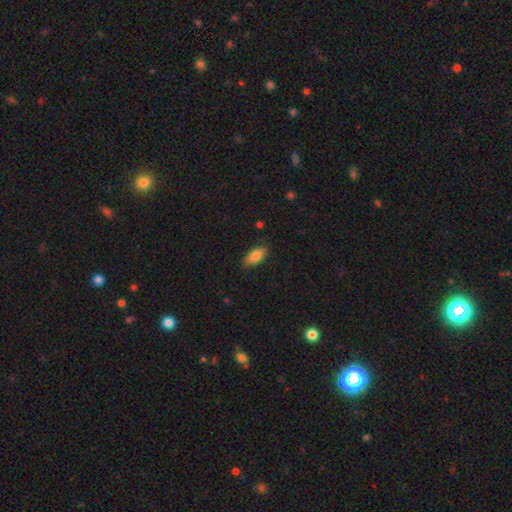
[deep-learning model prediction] A smooth galaxy with no disk features (82%) that is in between round and cigar-shaped (87%).

Vote fractions:
- Smooth or featured? smooth: 82% / featured or disk: 11% / star or artifact: 7%
- How rounded? in between: 87% / cigar-shaped: 10% / round: 3%
- Merging? none: 83% / minor disturbance: 13% / major disturbance: 2% / merger: 1%